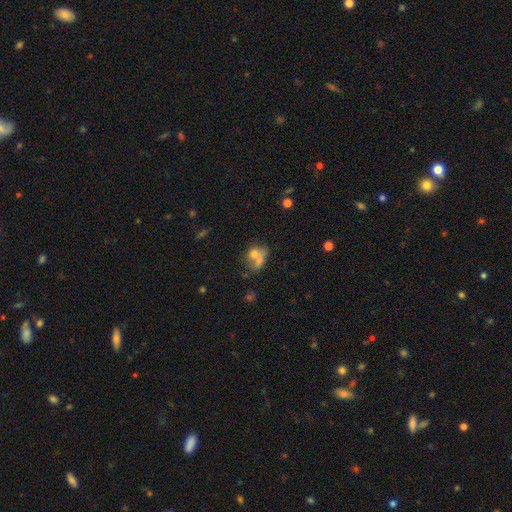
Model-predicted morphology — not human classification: Smooth or featured? Predicted: smooth (p=0.65). How rounded? Predicted: in between (p=0.51). Merging? Predicted: merger (p=0.56).